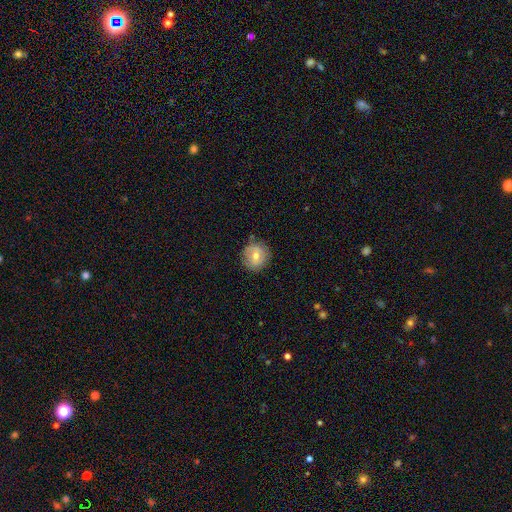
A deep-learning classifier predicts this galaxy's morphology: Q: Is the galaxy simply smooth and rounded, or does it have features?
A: smooth — 58%.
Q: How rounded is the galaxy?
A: round — 90%.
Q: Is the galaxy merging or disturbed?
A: none — 82%.